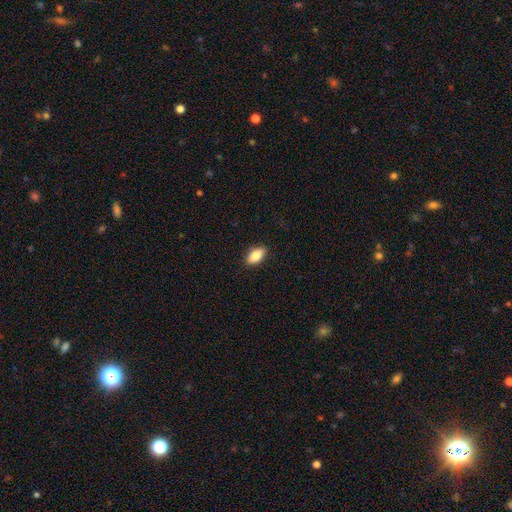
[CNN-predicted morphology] This is clearly a smooth galaxy (82%). How rounded: clearly in between (89%). Merging: clearly none (88%).